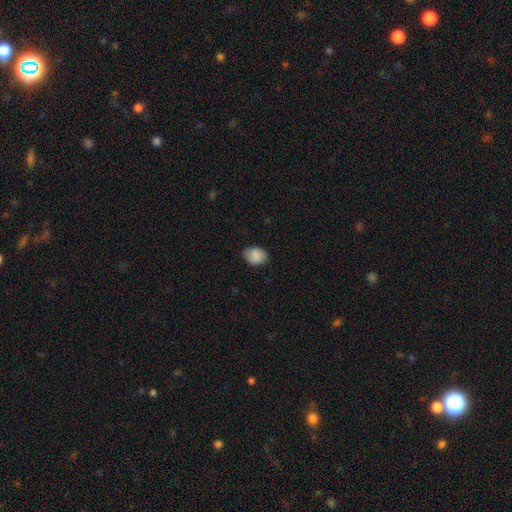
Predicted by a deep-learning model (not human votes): smooth-or-featured: smooth: 87% | star or artifact: 7% | featured or disk: 6%
  how-rounded: in between: 65% | round: 34% | cigar-shaped: 1%
  merging: none: 82% | minor disturbance: 14% | major disturbance: 3% | merger: 1%